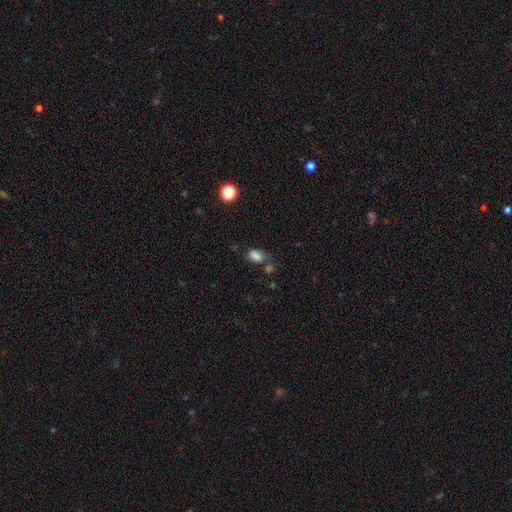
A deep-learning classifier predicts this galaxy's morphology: type=smooth (78%); roundness=in between (84%); merging=none (49%).